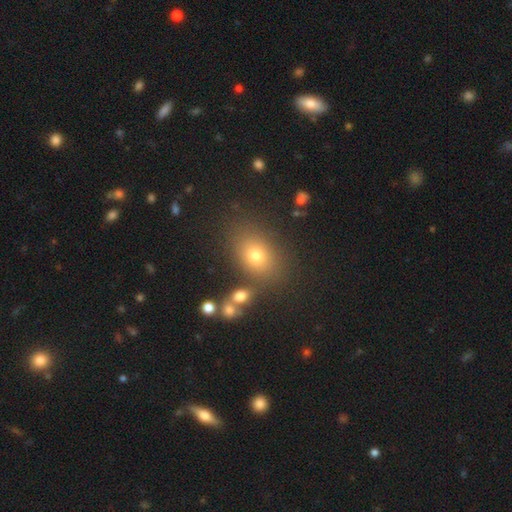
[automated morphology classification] A smooth galaxy with no disk features (73%) that is in between round and cigar-shaped (66%).

Vote fractions:
- Smooth or featured? smooth: 73% / star or artifact: 16% / featured or disk: 11%
- How rounded? in between: 66% / round: 33% / cigar-shaped: 1%
- Merging? none: 75% / minor disturbance: 12% / merger: 8% / major disturbance: 5%